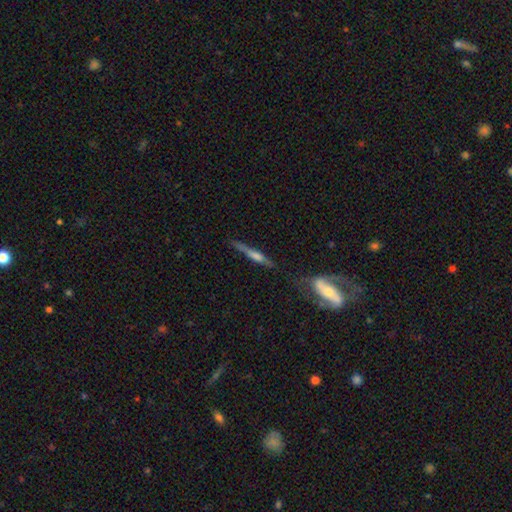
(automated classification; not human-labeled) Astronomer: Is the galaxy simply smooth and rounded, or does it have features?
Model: featured or disk — 67%.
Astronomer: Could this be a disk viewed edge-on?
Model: yes — 92%.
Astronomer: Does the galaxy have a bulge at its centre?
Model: rounded — 65%.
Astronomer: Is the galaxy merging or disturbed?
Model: none — 70%.